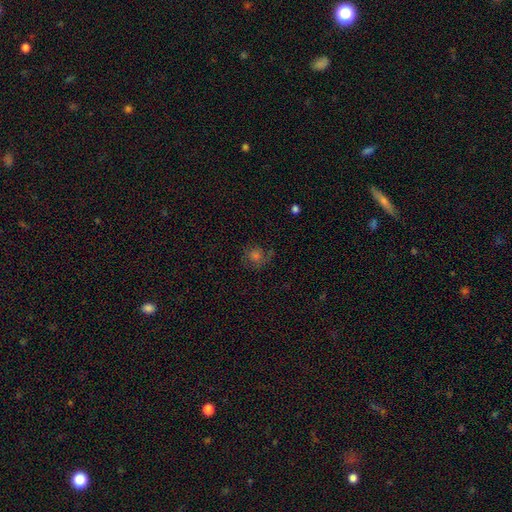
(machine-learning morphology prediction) A smooth galaxy with no disk features (47%). Merging: none (67%).